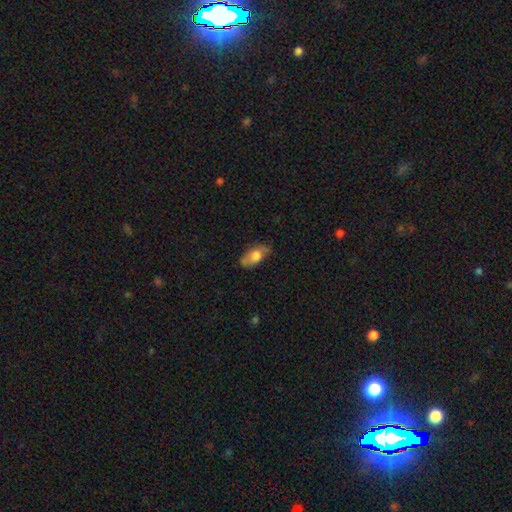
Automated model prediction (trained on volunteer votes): A smooth galaxy with no disk features (70%) that is in between round and cigar-shaped (89%).

Vote fractions:
- Smooth or featured? smooth: 70% / featured or disk: 23% / star or artifact: 7%
- How rounded? in between: 89% / cigar-shaped: 7% / round: 4%
- Merging? none: 58% / minor disturbance: 30% / major disturbance: 10% / merger: 2%